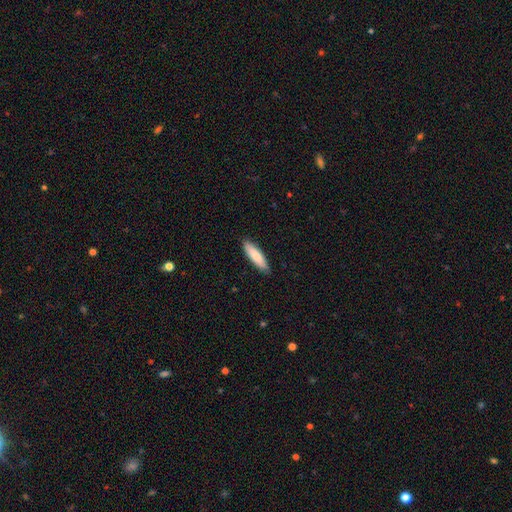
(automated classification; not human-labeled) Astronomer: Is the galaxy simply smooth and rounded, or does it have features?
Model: smooth — 81%.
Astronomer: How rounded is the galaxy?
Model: cigar-shaped — 66%.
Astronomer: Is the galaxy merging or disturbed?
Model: none — 88%.